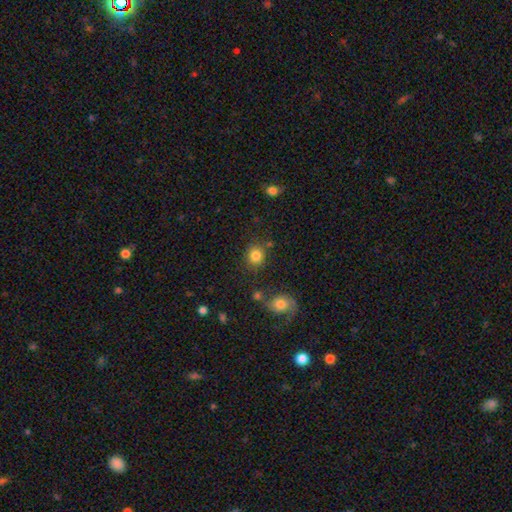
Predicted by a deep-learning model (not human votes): The model was most divided on "how rounded": round: 79%, in between: 20%, cigar-shaped: 1%. More confident: smooth or featured — smooth (84%); merging — none (79%).